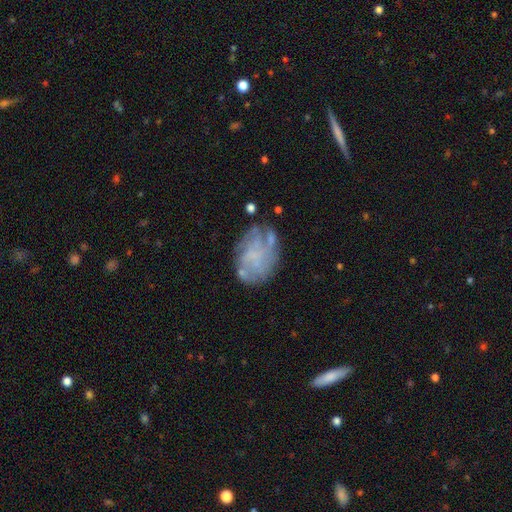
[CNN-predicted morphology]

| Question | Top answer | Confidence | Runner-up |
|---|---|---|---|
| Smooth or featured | featured or disk | 62% | smooth (28%) |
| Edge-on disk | no | 97% | yes (3%) |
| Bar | no | 80% | weak (16%) |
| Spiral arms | yes | 53% | no (47%) |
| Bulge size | none | 69% | small (17%) |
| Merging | none | 58% | minor disturbance (22%) |